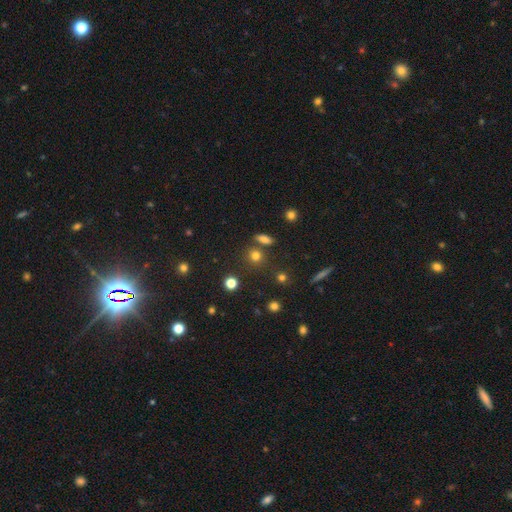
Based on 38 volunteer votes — smooth-or-featured: smooth: 76% | featured or disk: 16% | star or artifact: 8%
  how-rounded: round: 79% | in between: 21% | cigar-shaped: 0%
  merging: none: 80% | minor disturbance: 9% | merger: 9% | major disturbance: 3%